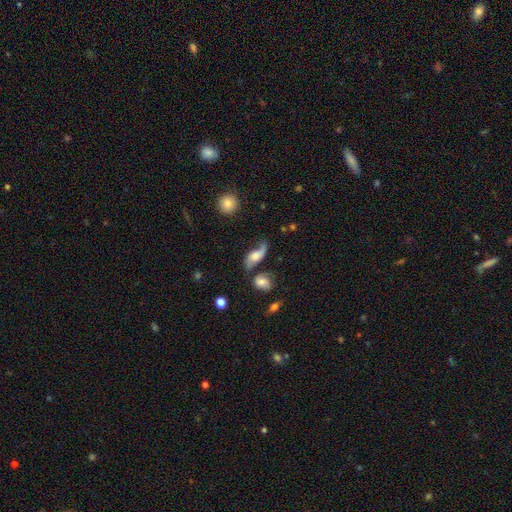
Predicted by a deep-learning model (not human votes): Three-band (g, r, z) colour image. It shows a featured or disk galaxy (69%) with no bar (59%), 2 (85%) loose (80%) spiral arms (92%) and a moderate central bulge (37%). Merging: none (44%).